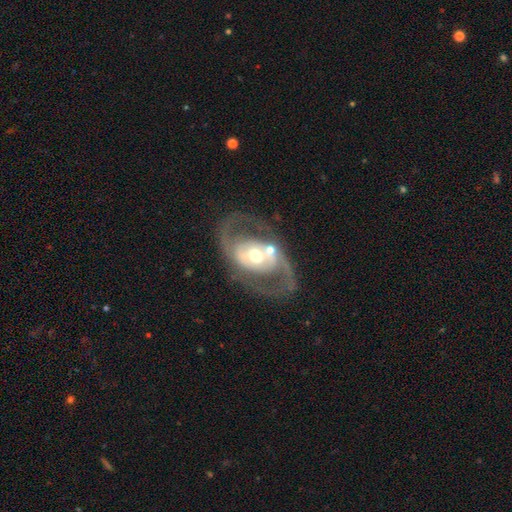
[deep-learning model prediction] Smooth or featured: featured or disk — 82% (smooth — 12%)
Edge-on disk: no — 95% (yes — 5%)
Bar: no — 51% (weak — 29%)
Spiral arms: yes — 72% (no — 28%)
Spiral winding: medium — 49% (loose — 29%)
Spiral arm count: 2 — 85% (can't tell — 8%)
Bulge size: moderate — 71% (large — 14%)
Merging: none — 65% (minor disturbance — 14%)